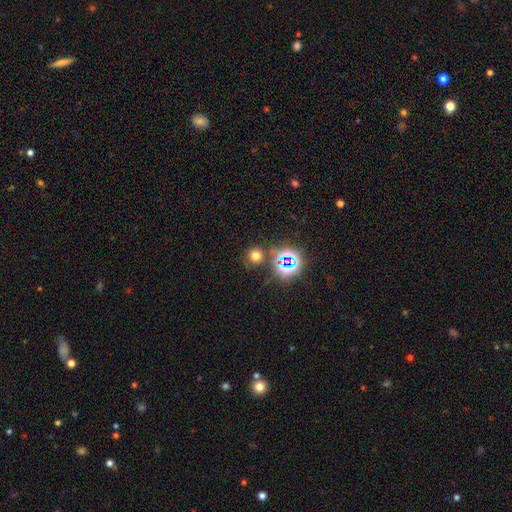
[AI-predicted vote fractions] Smooth or featured?
  - smooth: 62% *
  - star or artifact: 30%
  - featured or disk: 8%
How rounded?
  - round: 90% *
  - in between: 9%
  - cigar-shaped: 1%
Merging?
  - none: 79% *
  - minor disturbance: 9%
  - merger: 7%
  - major disturbance: 4%